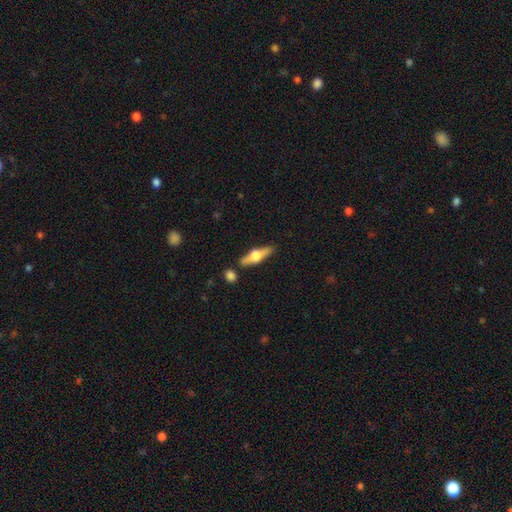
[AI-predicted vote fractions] Smooth or featured? featured or disk (58%)
Edge-on disk? yes (94%)
Edge-on bulge? rounded (94%)
Merging? none (82%)